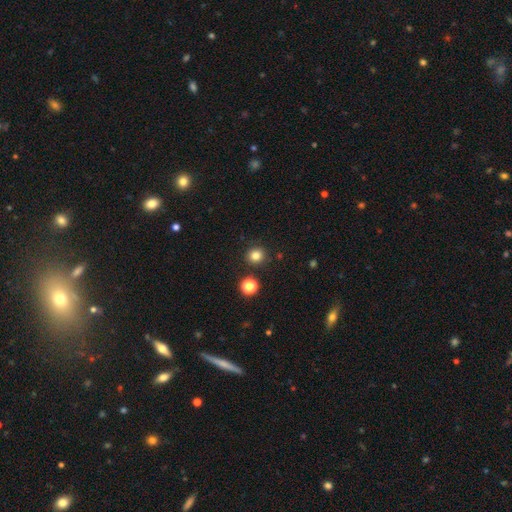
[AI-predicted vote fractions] Morphology: type=smooth (81%); roundness=round (91%); merging=none (89%).